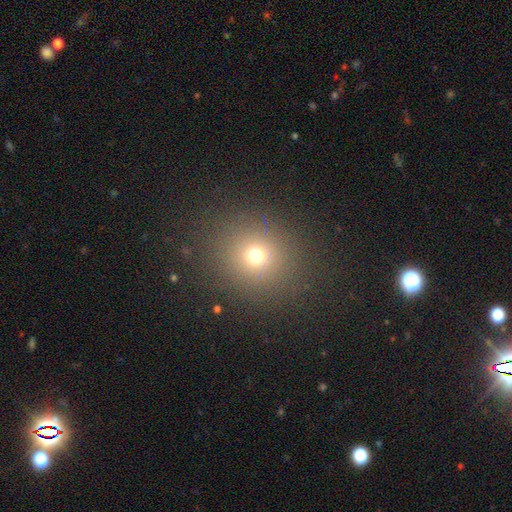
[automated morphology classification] Smooth or featured? Predicted: smooth (p=0.69). How rounded? Predicted: round (p=0.84). Merging? Predicted: none (p=0.86).